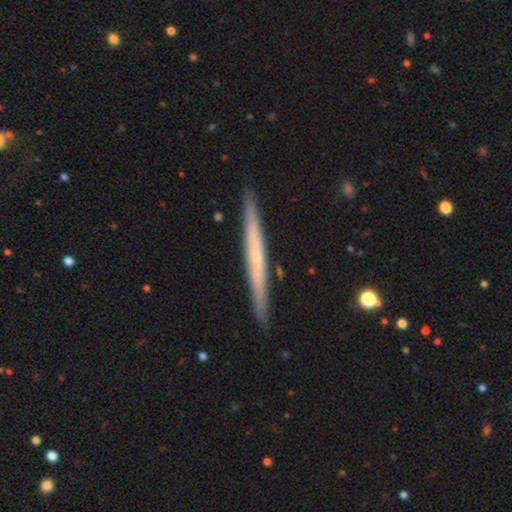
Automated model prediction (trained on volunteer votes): Smooth or featured? featured or disk (57%)
Edge-on disk? yes (96%)
Edge-on bulge? none (73%)
Merging? none (91%)